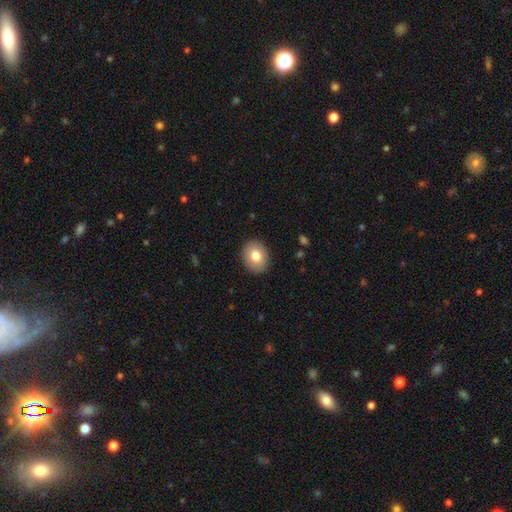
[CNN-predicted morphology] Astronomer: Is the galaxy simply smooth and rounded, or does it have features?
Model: smooth — 80%.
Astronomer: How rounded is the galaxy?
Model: round — 55% (runner-up: in between, 44%).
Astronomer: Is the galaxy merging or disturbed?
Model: none — 90%.